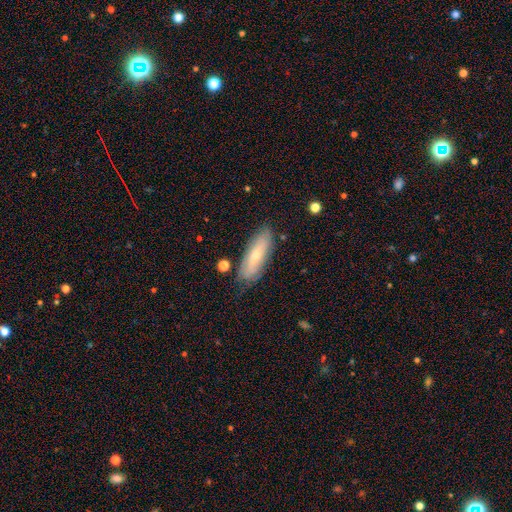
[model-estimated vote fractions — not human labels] The model was most divided on "smooth or featured": smooth: 52%, featured or disk: 41%, star or artifact: 7%. More confident: merging — none (76%); how rounded — in between (59%).